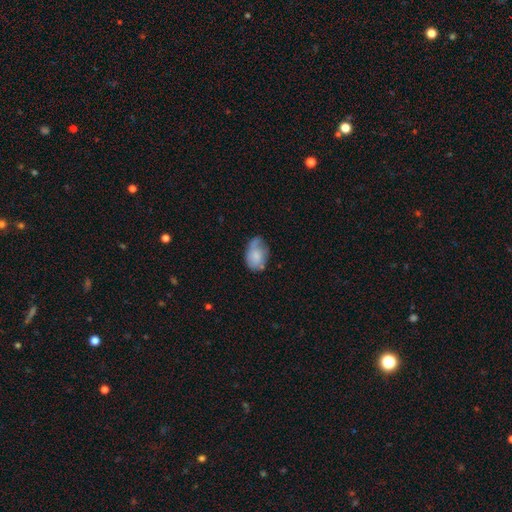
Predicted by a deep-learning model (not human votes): smooth-or-featured: smooth: 68% | featured or disk: 25% | star or artifact: 8%
  how-rounded: in between: 82% | round: 17% | cigar-shaped: 1%
  merging: none: 43% | minor disturbance: 38% | major disturbance: 15% | merger: 4%